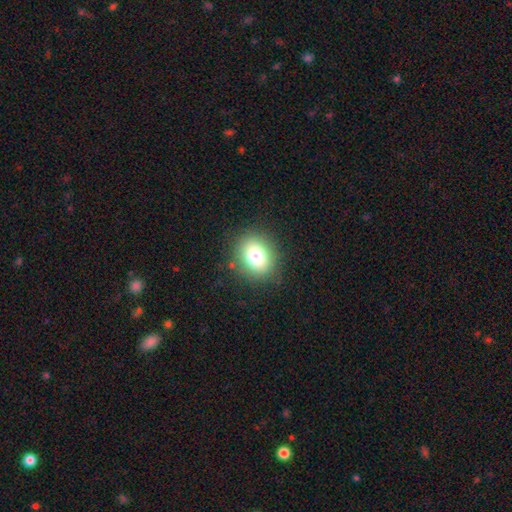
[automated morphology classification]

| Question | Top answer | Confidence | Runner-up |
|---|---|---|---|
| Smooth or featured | smooth | 78% | star or artifact (11%) |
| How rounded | round | 56% | in between (43%) |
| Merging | none | 84% | minor disturbance (10%) |